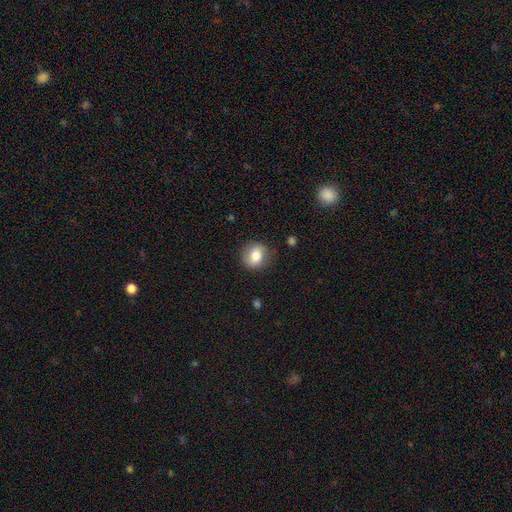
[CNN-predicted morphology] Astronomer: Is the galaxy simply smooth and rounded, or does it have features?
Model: smooth — 77%.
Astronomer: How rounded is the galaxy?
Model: round — 73%.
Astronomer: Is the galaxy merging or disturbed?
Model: none — 80%.